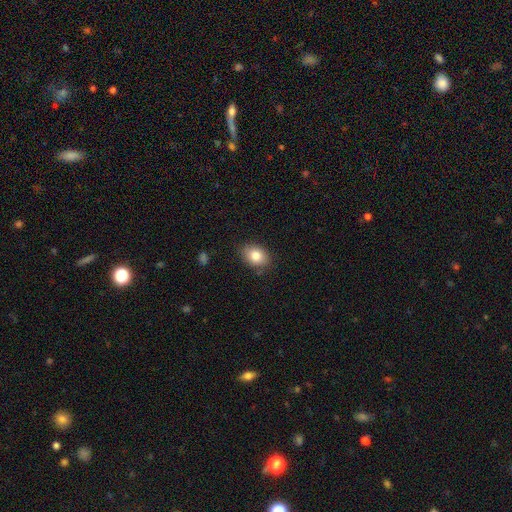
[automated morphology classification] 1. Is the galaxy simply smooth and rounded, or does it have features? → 83% smooth, 9% star or artifact, 9% featured or disk.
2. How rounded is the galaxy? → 72% in between, 27% round, 1% cigar-shaped.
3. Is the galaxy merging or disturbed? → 84% none, 12% minor disturbance, 3% major disturbance, 1% merger.